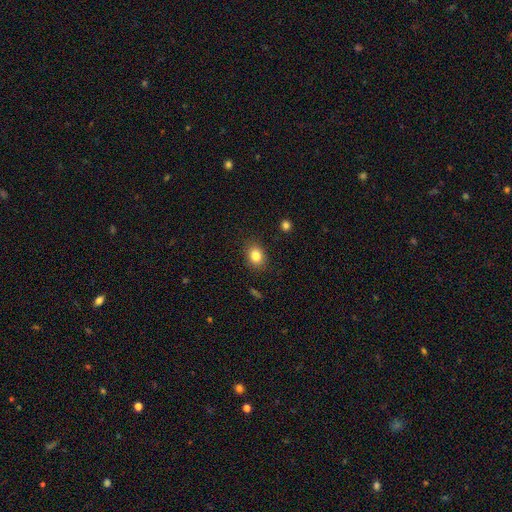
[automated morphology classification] Q: Smooth or featured?
A: smooth (83%); runner-up: star or artifact (10%)
Q: How rounded?
A: in between (53%); runner-up: round (46%)
Q: Merging?
A: none (86%); runner-up: minor disturbance (10%)